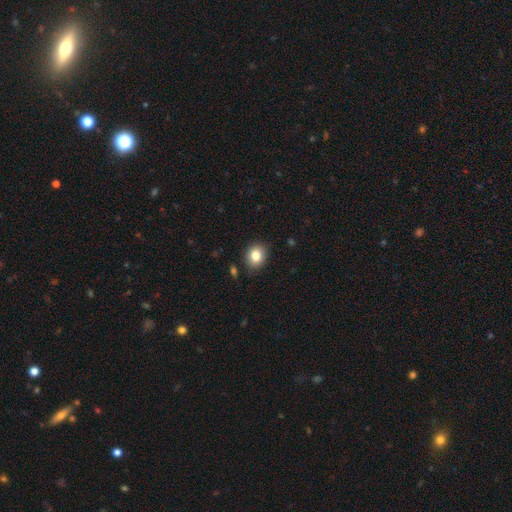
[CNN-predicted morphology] Smooth or featured? smooth (83%)
How rounded? round (64%)
Merging? none (86%)